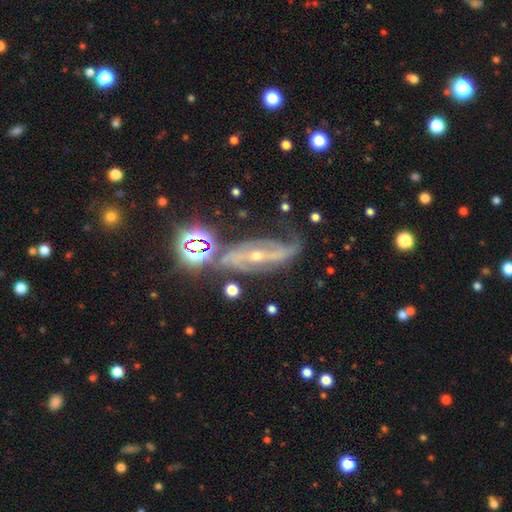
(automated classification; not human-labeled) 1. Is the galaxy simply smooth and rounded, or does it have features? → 80% featured or disk, 12% star or artifact, 8% smooth.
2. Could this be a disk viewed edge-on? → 85% no, 15% yes.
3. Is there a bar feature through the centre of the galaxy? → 35% strong, 34% no, 30% weak.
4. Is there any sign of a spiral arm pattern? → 93% yes, 7% no.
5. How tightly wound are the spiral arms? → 39% medium, 31% loose, 31% tight.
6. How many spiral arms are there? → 69% 2, 14% can't tell, 8% 1, 5% 3, 2% 4, 2% more than 4.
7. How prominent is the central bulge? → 62% small, 35% moderate, 1% none, 1% large, 1% dominant.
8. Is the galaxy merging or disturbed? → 57% none, 22% minor disturbance, 14% major disturbance, 7% merger.